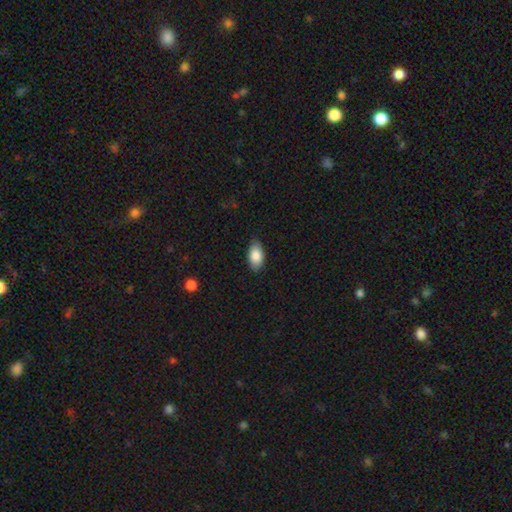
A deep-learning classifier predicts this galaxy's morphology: This is clearly a smooth galaxy (85%). How rounded: clearly in between (94%). Merging: clearly none (85%).